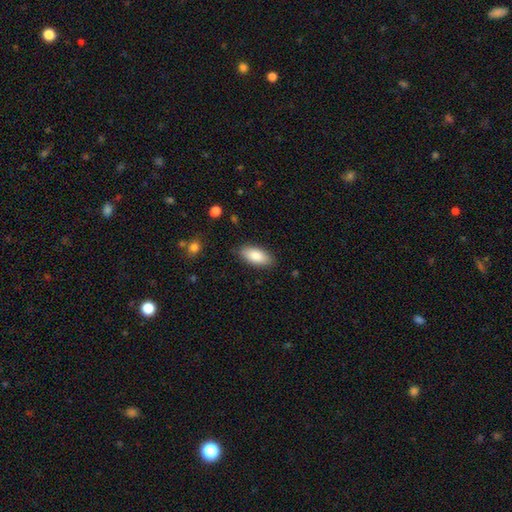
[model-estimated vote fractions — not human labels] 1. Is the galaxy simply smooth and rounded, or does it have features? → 85% smooth, 8% featured or disk, 6% star or artifact.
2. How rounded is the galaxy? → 86% in between, 11% cigar-shaped, 2% round.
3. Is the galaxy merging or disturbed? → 86% none, 11% minor disturbance, 2% major disturbance, 1% merger.